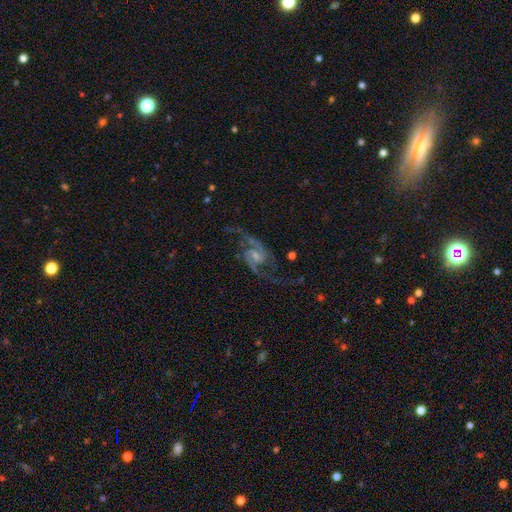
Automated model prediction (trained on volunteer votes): Smooth or featured? Predicted: featured or disk (p=0.91). Edge-on disk? Predicted: no (p=0.98). Bar? Predicted: weak (p=0.56). Spiral arms? Predicted: yes (p=0.97). Spiral winding? Predicted: loose (p=0.52). Spiral arm count? Predicted: 2 (p=0.91). Bulge size? Predicted: small (p=0.47). Merging? Predicted: none (p=0.64).